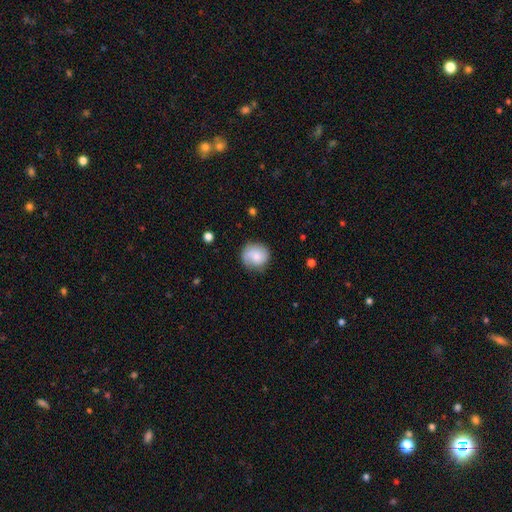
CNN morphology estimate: The model was most divided on "smooth or featured": smooth: 63%, featured or disk: 30%, star or artifact: 8%. More confident: how rounded — round (87%); merging — none (73%).